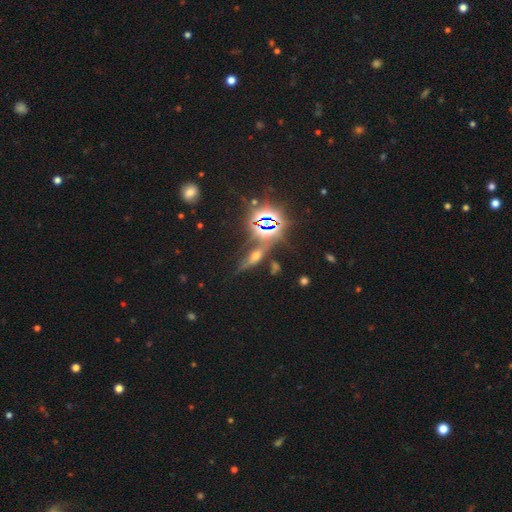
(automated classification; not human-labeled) A star or artifact, not a galaxy (41%).

Vote fractions:
- Smooth or featured? star or artifact: 41% / smooth: 31% / featured or disk: 28%